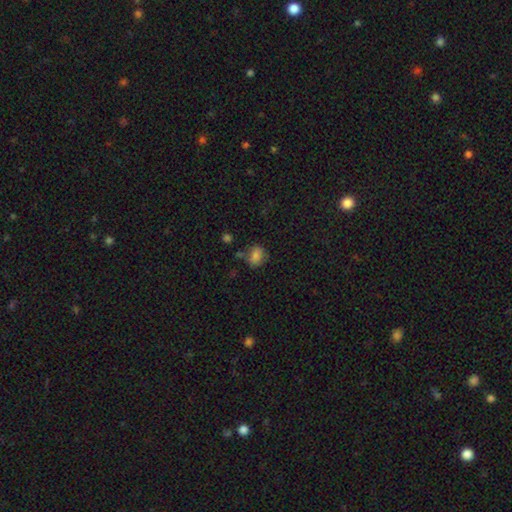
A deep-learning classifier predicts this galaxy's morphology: This is clearly a smooth galaxy (80%). How rounded: possibly in between (52%). Merging: likely none (68%).